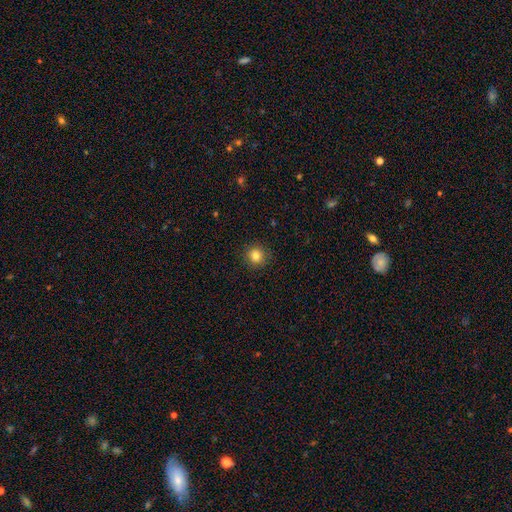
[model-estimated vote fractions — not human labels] smooth_or_featured: smooth (p=0.82) [alt: star or artifact p=0.12]
how_rounded: round (p=0.92) [alt: in between p=0.07]
merging: none (p=0.91) [alt: minor disturbance p=0.06]